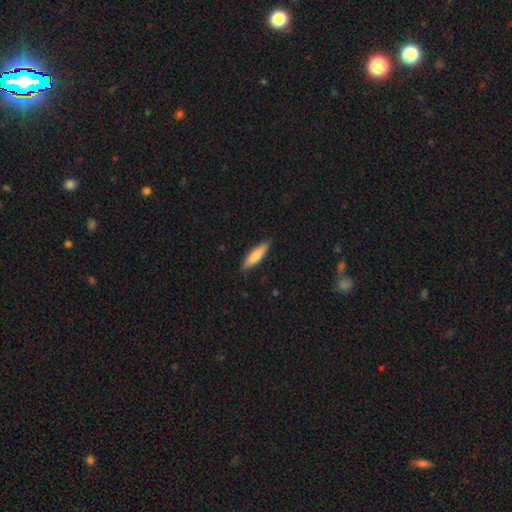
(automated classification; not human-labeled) The model was most divided on "how rounded": cigar-shaped: 69%, in between: 29%, round: 2%. More confident: merging — none (87%); smooth or featured — smooth (75%).